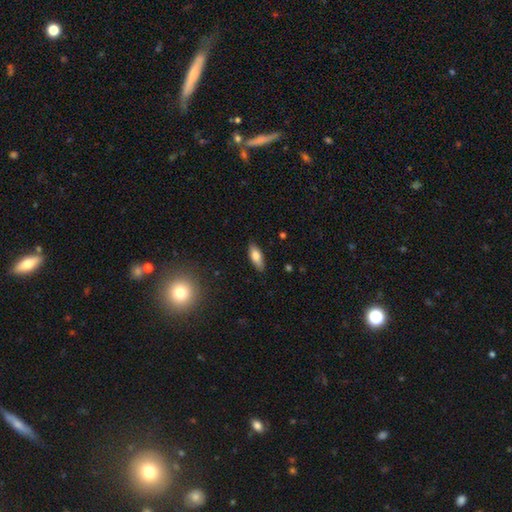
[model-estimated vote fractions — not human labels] The model was most divided on "how rounded": in between: 75%, cigar-shaped: 22%, round: 2%. More confident: merging — none (85%); smooth or featured — smooth (78%).